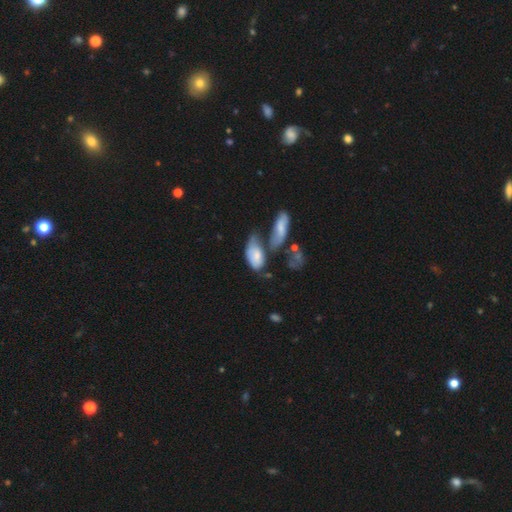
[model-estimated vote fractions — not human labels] Smooth or featured?
  - smooth: 71% *
  - featured or disk: 22%
  - star or artifact: 7%
How rounded?
  - in between: 91% *
  - cigar-shaped: 5%
  - round: 4%
Merging?
  - merger: 34% *
  - minor disturbance: 23%
  - none: 23%
  - major disturbance: 20%